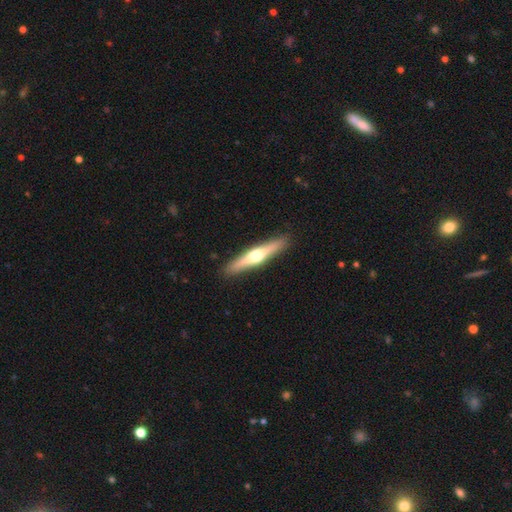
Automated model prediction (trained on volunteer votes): This is likely a featured or disk galaxy (63%). It is clearly viewed edge-on (96%). Edge-on bulge: clearly rounded (94%). Merging: clearly none (91%).